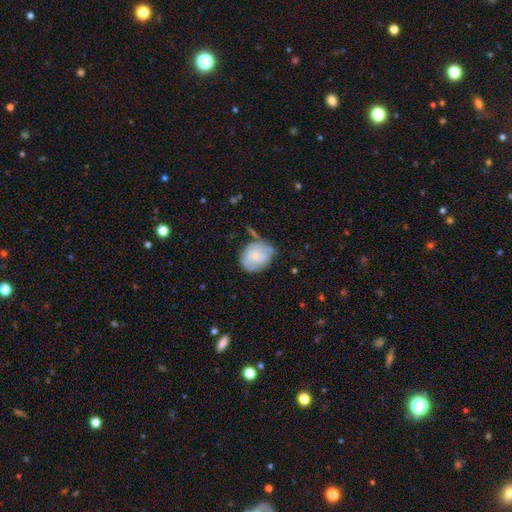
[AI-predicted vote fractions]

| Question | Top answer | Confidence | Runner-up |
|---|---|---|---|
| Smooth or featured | smooth | 52% | featured or disk (41%) |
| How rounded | round | 60% | in between (39%) |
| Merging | none | 47% | minor disturbance (31%) |